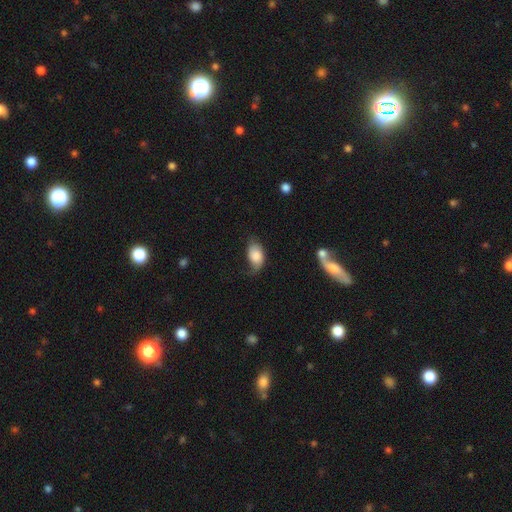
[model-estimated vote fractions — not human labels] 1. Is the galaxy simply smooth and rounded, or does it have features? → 74% smooth, 19% featured or disk, 7% star or artifact.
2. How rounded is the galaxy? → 86% in between, 12% round, 1% cigar-shaped.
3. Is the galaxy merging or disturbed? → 37% none, 36% minor disturbance, 24% major disturbance, 4% merger.